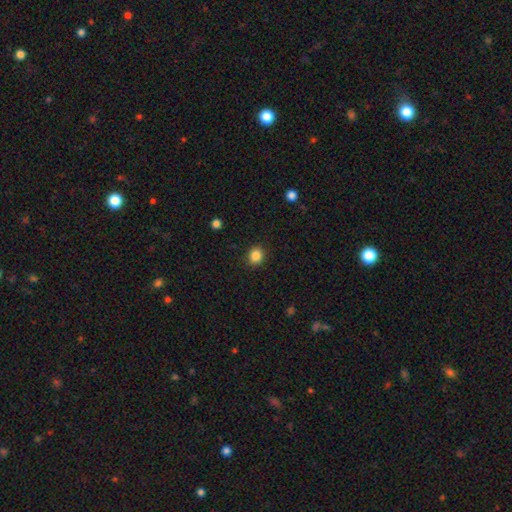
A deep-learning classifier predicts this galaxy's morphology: A smooth galaxy with no disk features (86%) that is round (73%). Merging: none (90%).